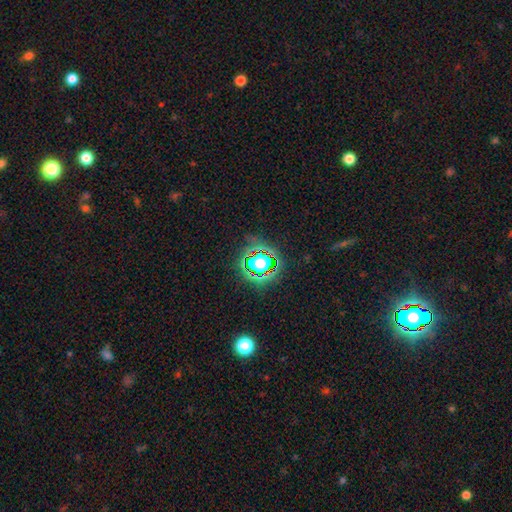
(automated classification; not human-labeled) This is likely a star or artifact rather than a galaxy (70%).